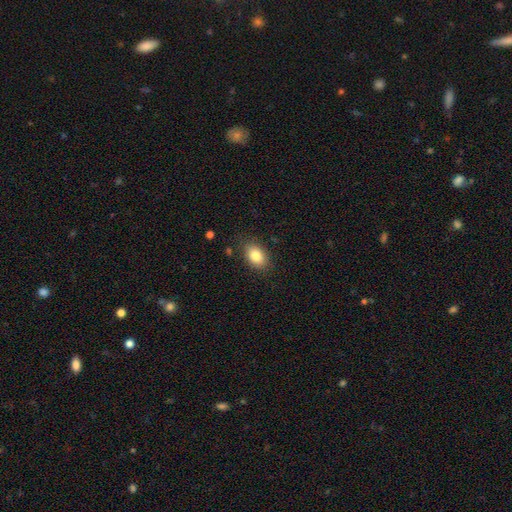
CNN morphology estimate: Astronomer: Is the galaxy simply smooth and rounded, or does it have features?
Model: smooth — 83%.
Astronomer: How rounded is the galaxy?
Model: in between — 82%.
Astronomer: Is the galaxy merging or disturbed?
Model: none — 83%.